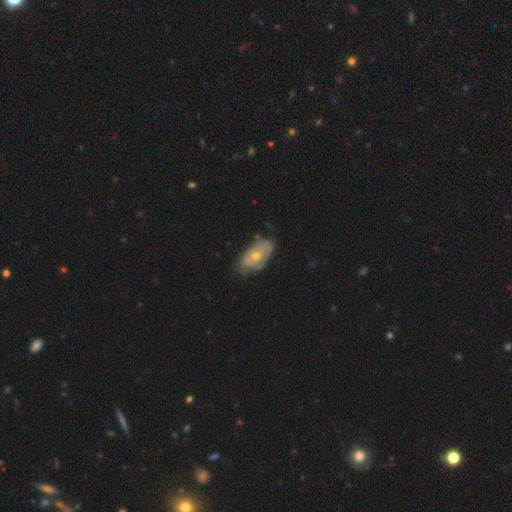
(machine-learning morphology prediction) type=featured or disk (58%); edge-on=no (90%); bar=no (86%); spiral arms=no (52%); bulge=moderate (57%); merging=none (68%).